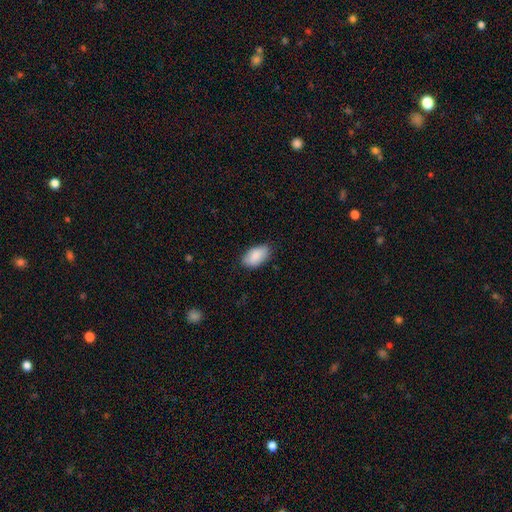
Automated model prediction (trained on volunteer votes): Overall: smooth (88%). How rounded: in between (94%). Merging: none (80%).